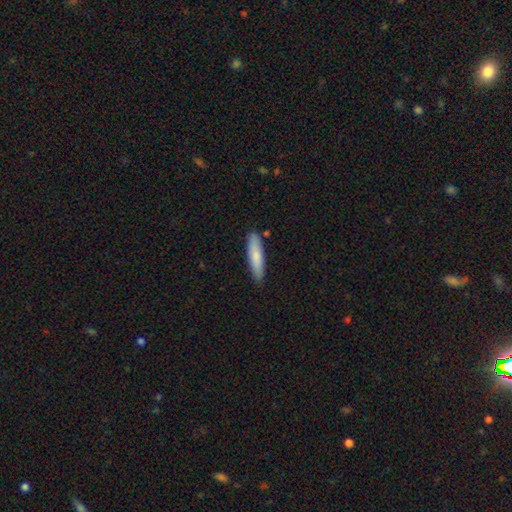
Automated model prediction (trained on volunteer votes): Smooth or featured? smooth (78%)
How rounded? cigar-shaped (76%)
Merging? none (86%)